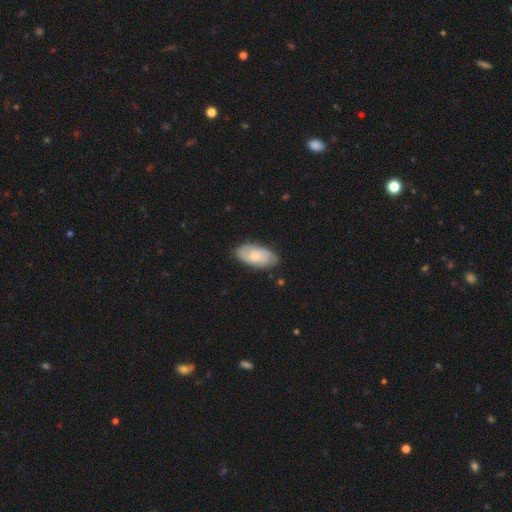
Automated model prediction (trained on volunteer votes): Smooth or featured? smooth (56%)
How rounded? in between (93%)
Merging? none (79%)